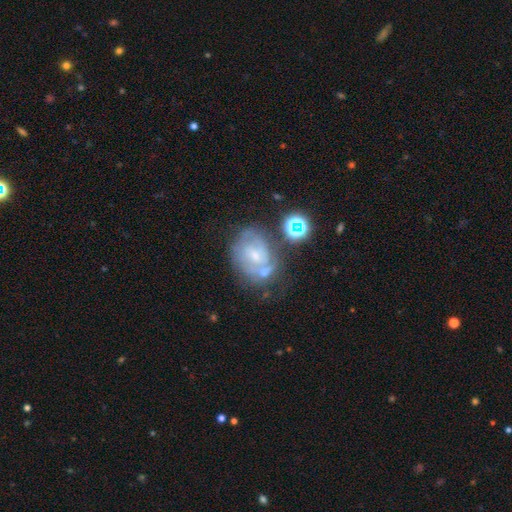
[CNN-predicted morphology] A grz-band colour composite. It shows a featured or disk galaxy (68%) with no bar (57%), tight (53%) spiral arms (76%) and a small central bulge (58%). Merging: none (48%).